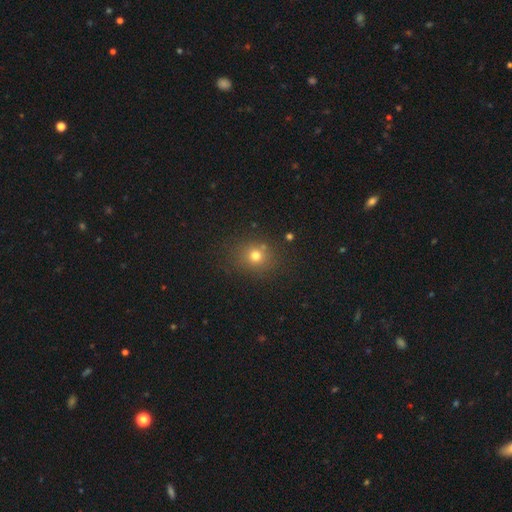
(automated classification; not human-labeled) The model was most divided on "smooth or featured": smooth: 73%, star or artifact: 19%, featured or disk: 8%. More confident: merging — none (80%); how rounded — round (78%).